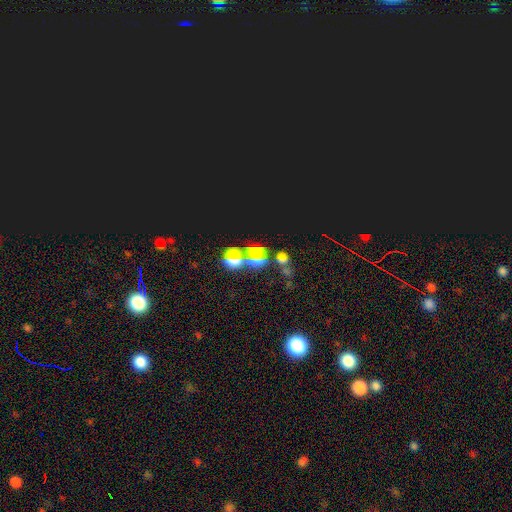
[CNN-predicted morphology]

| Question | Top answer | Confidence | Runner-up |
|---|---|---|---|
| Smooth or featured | star or artifact | 73% | smooth (18%) |